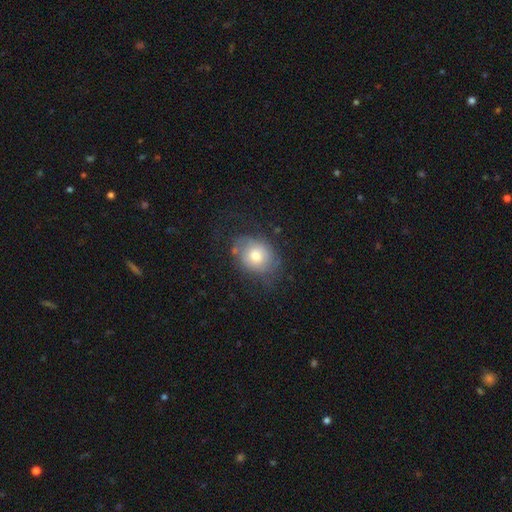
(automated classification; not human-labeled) The model was most divided on "how rounded": in between: 50%, round: 49%, cigar-shaped: 1%. More confident: smooth or featured — smooth (61%); merging — none (57%).